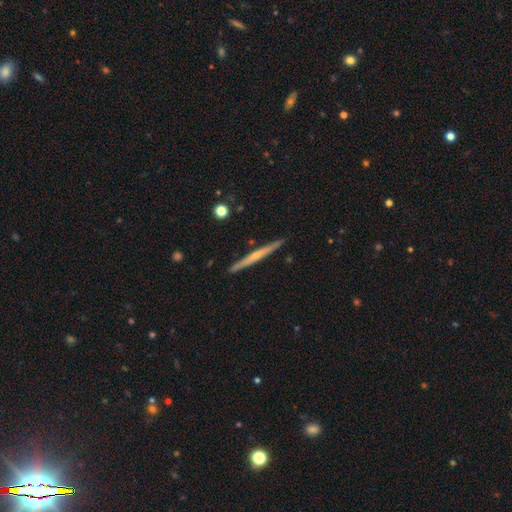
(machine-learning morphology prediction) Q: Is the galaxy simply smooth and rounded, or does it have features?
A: featured or disk — 64%.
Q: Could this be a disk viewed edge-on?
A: yes — 98%.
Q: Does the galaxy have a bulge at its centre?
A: rounded — 50%.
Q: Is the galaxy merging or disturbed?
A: none — 91%.